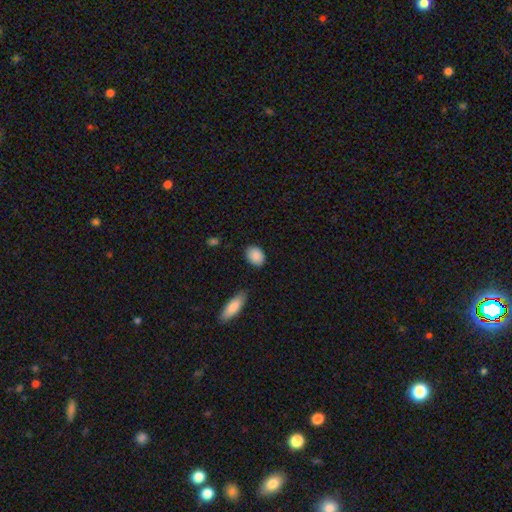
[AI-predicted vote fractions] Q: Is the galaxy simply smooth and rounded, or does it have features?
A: smooth — 89%.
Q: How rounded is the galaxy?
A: in between — 70%.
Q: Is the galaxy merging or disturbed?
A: none — 83%.